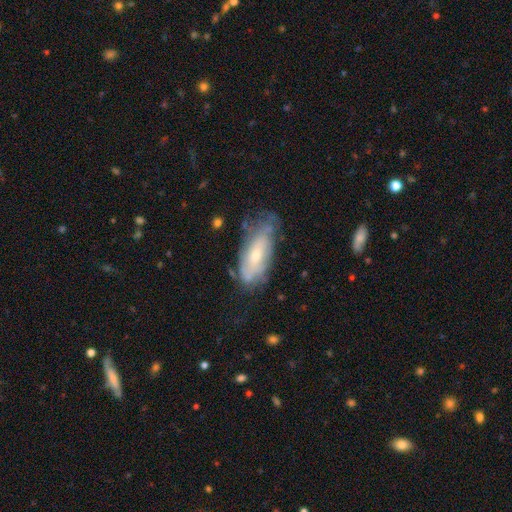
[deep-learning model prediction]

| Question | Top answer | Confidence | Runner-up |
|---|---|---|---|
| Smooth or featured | featured or disk | 53% | smooth (39%) |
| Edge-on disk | no | 82% | yes (18%) |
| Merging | none | 55% | minor disturbance (30%) |